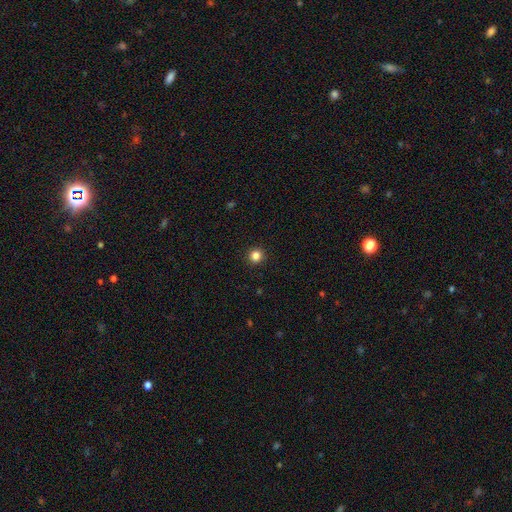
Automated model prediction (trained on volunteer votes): Smooth or featured?
  - smooth: 84% *
  - star or artifact: 12%
  - featured or disk: 4%
How rounded?
  - round: 95% *
  - in between: 4%
  - cigar-shaped: 1%
Merging?
  - none: 93% *
  - minor disturbance: 4%
  - major disturbance: 2%
  - merger: 1%